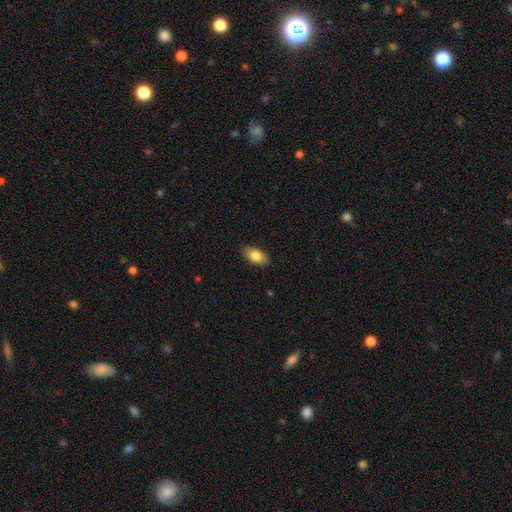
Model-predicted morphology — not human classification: smooth-or-featured: smooth: 83% | featured or disk: 10% | star or artifact: 7%
  how-rounded: in between: 92% | round: 5% | cigar-shaped: 3%
  merging: none: 87% | minor disturbance: 10% | major disturbance: 2% | merger: 1%